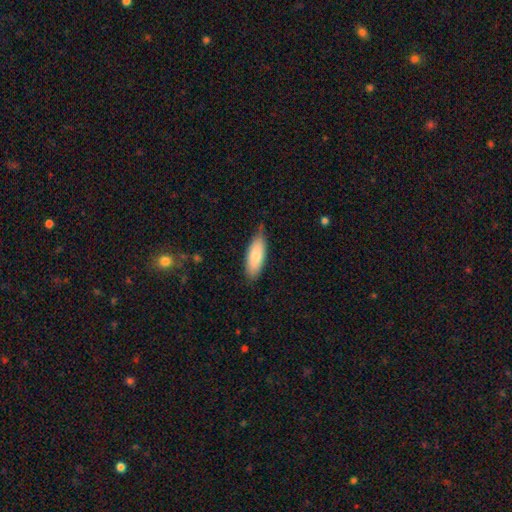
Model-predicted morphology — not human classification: smooth_or_featured: smooth (p=0.82) [alt: featured or disk p=0.12]
how_rounded: in between (p=0.73) [alt: cigar-shaped p=0.25]
merging: none (p=0.73) [alt: minor disturbance p=0.22]